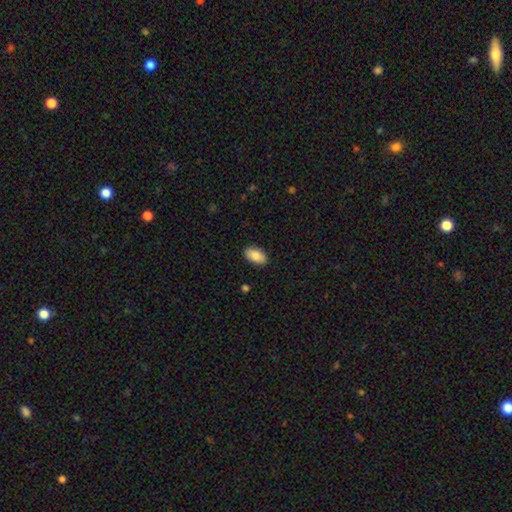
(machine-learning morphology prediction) Q: Smooth or featured?
A: smooth (85%); runner-up: featured or disk (8%)
Q: How rounded?
A: in between (94%); runner-up: round (4%)
Q: Merging?
A: none (89%); runner-up: minor disturbance (8%)